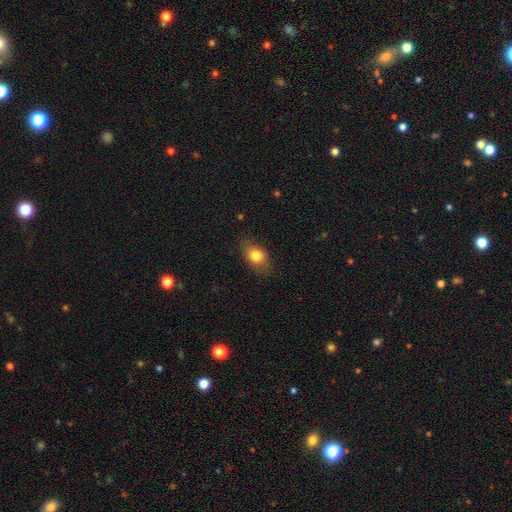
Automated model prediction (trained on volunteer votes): The model was most divided on "merging": none: 73%, minor disturbance: 19%, major disturbance: 6%, merger: 1%. More confident: smooth or featured — smooth (80%); how rounded — in between (79%).